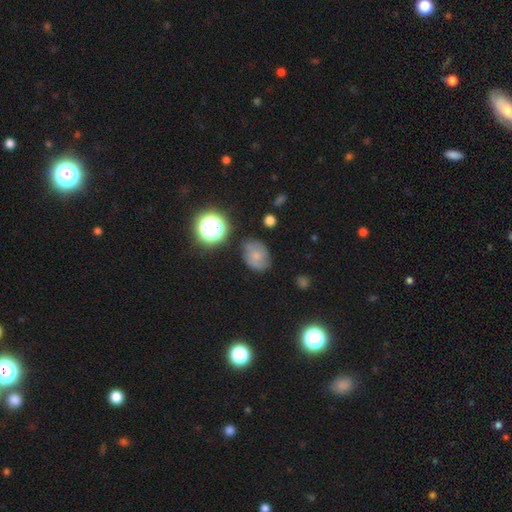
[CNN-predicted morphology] This appears to be a smooth galaxy with no disk features (56%) that is in between round and cigar-shaped (57%). Merging: none (66%).